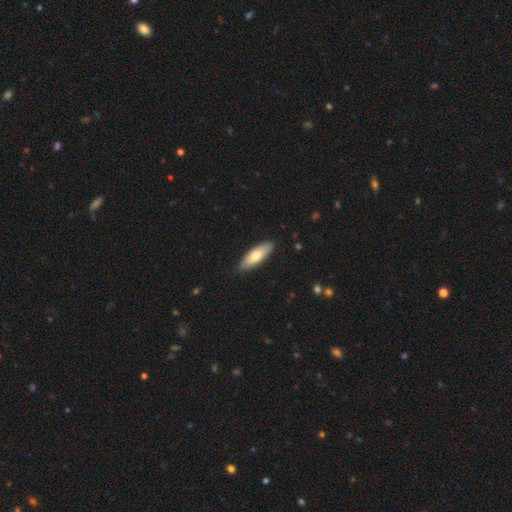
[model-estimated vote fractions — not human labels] Morphology: type=smooth (72%); roundness=in between (61%); merging=none (88%).